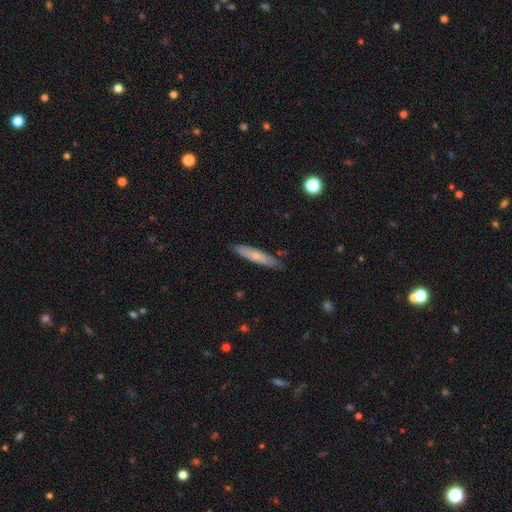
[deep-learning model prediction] smooth-or-featured: smooth: 67% | featured or disk: 27% | star or artifact: 6%
  how-rounded: cigar-shaped: 88% | in between: 11% | round: 1%
  merging: none: 86% | minor disturbance: 11% | major disturbance: 2% | merger: 1%